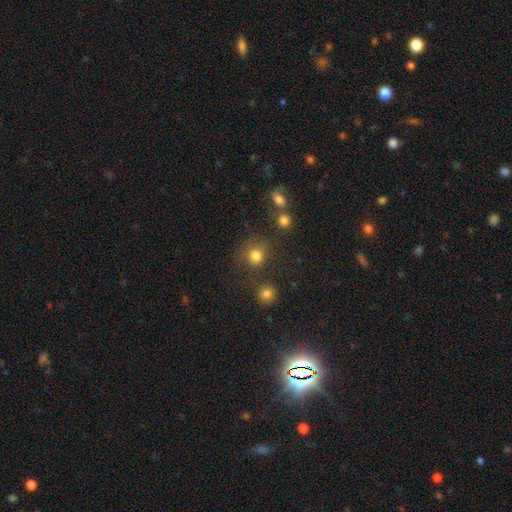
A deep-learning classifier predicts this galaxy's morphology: type=smooth (81%); roundness=round (86%); merging=none (76%).